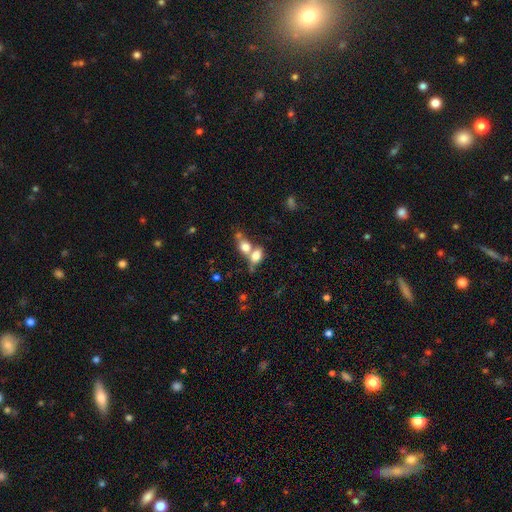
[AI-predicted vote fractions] The model was most divided on "merging": merger: 63%, none: 24%, minor disturbance: 8%, major disturbance: 5%. More confident: how rounded — in between (77%); smooth or featured — smooth (74%).